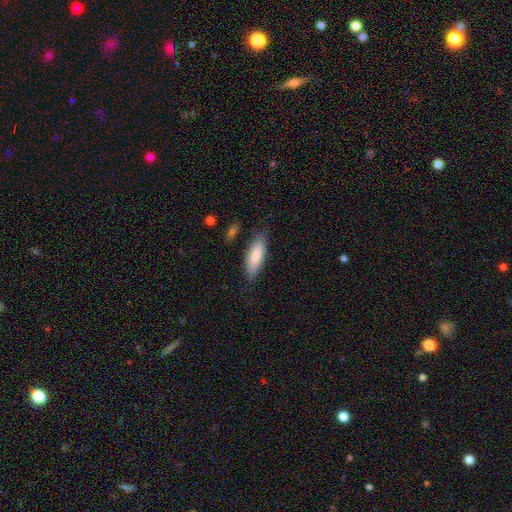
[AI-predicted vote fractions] Smooth or featured: smooth — 83% (featured or disk — 11%)
How rounded: in between — 58% (cigar-shaped — 40%)
Merging: none — 78% (minor disturbance — 16%)